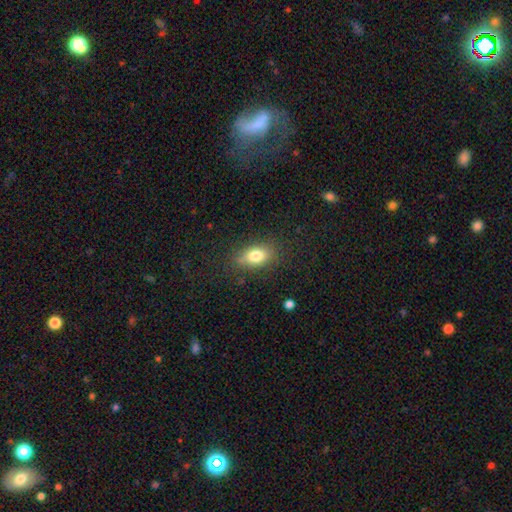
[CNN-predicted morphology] A smooth galaxy with no disk features (79%) that is in between round and cigar-shaped (83%). Merging: none (77%).